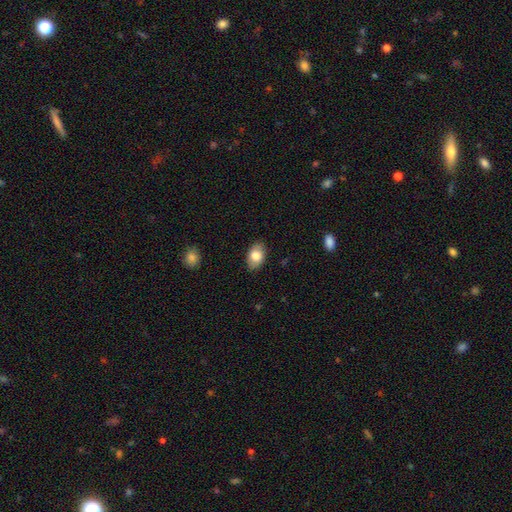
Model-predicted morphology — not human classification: This is likely a smooth galaxy (79%). How rounded: clearly in between (86%). Merging: clearly none (84%).